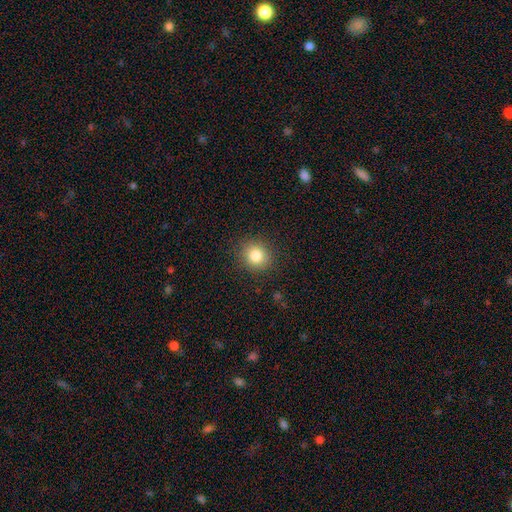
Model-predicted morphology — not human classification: Smooth or featured? Predicted: smooth (p=0.82). How rounded? Predicted: round (p=0.86). Merging? Predicted: none (p=0.89).